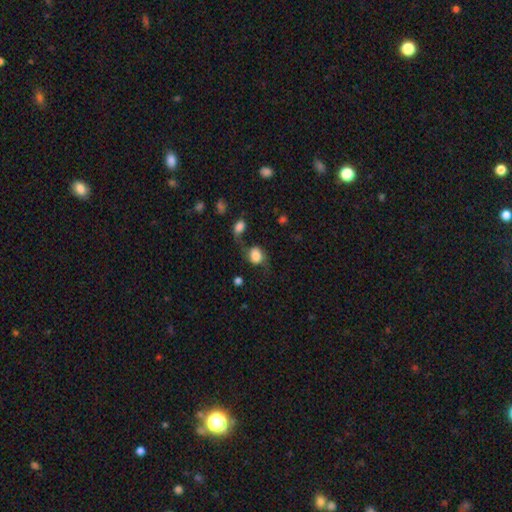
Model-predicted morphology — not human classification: smooth_or_featured: smooth (p=0.57) [alt: featured or disk p=0.33]
how_rounded: round (p=0.53) [alt: in between p=0.45]
merging: none (p=0.46) [alt: minor disturbance p=0.20]